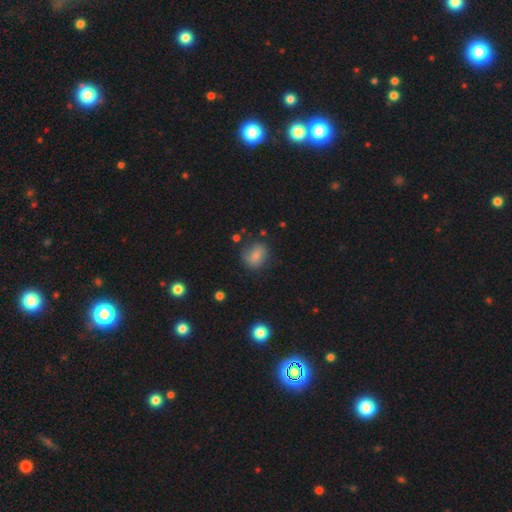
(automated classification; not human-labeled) smooth 77%, featured or disk 12%, star or artifact 11%. Down the decision tree: how rounded — round (54%); merging — none (67%).